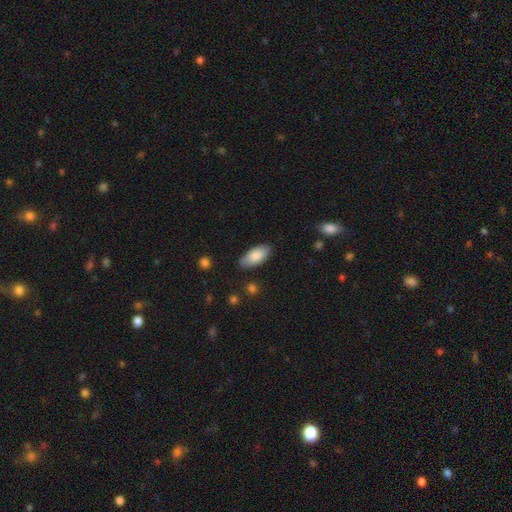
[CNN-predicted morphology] smooth 85%, featured or disk 9%, star or artifact 6%. Down the decision tree: how rounded — in between (91%); merging — none (83%).